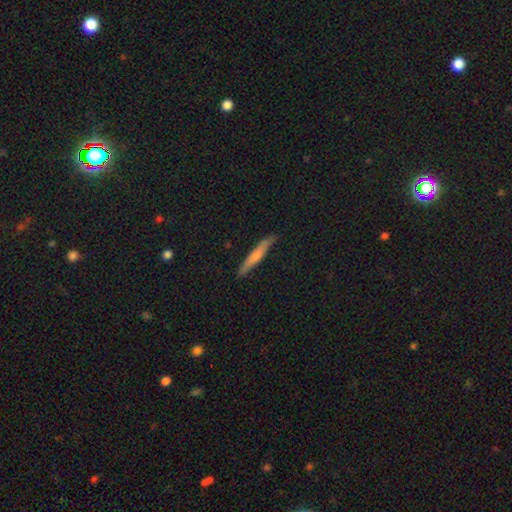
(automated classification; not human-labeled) smooth_or_featured: smooth (p=0.62) [alt: featured or disk p=0.33]
how_rounded: cigar-shaped (p=0.94) [alt: in between p=0.05]
merging: none (p=0.84) [alt: minor disturbance p=0.12]